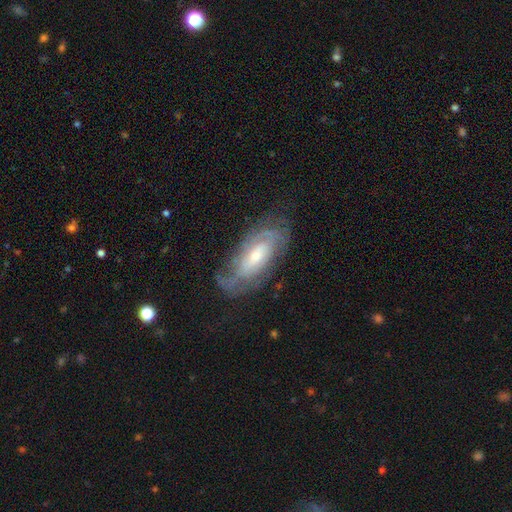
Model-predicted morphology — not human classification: Overall: featured or disk (77%). Edge-on disk: no (90%). Bar: no (56%; weak 34%). Spiral arms: yes (88%). Spiral arm count: can't tell (42%; 2 37%). Spiral winding: tight (55%; medium 33%). Bulge size: moderate (46%, tied with small). Merging: none (65%).